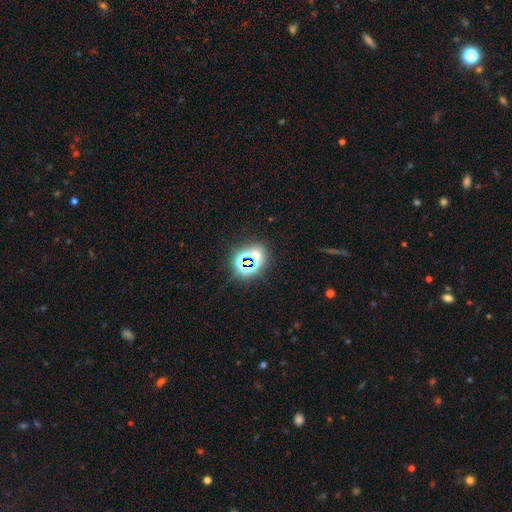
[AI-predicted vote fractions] A star or artifact, not a galaxy (65%).

Vote fractions:
- Smooth or featured? star or artifact: 65% / smooth: 25% / featured or disk: 10%